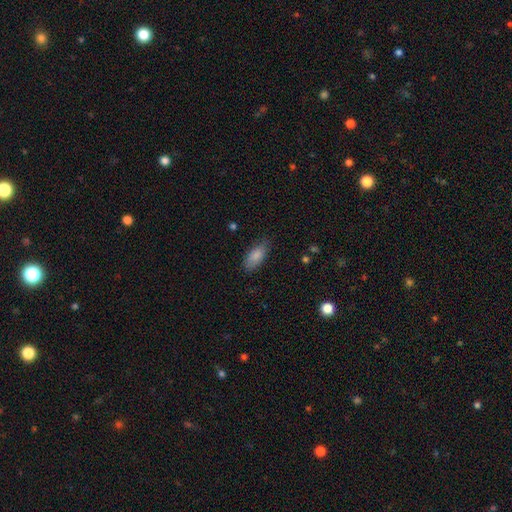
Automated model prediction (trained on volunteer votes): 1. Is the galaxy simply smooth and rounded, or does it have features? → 87% smooth, 7% star or artifact, 7% featured or disk.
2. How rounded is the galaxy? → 88% in between, 10% cigar-shaped, 2% round.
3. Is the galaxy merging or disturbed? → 76% none, 19% minor disturbance, 4% major disturbance, 1% merger.